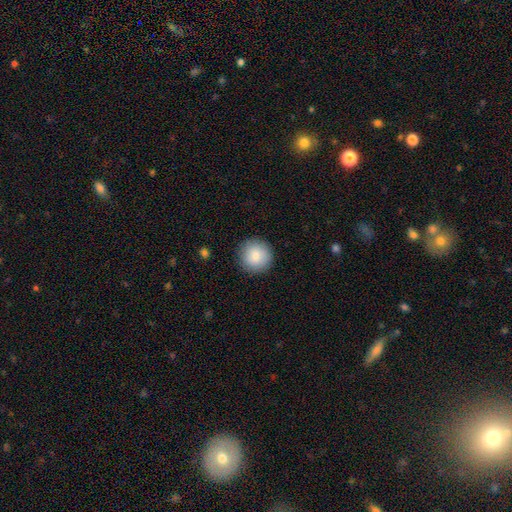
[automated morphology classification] This is clearly a smooth galaxy (84%). How rounded: clearly round (95%). Merging: clearly none (90%).